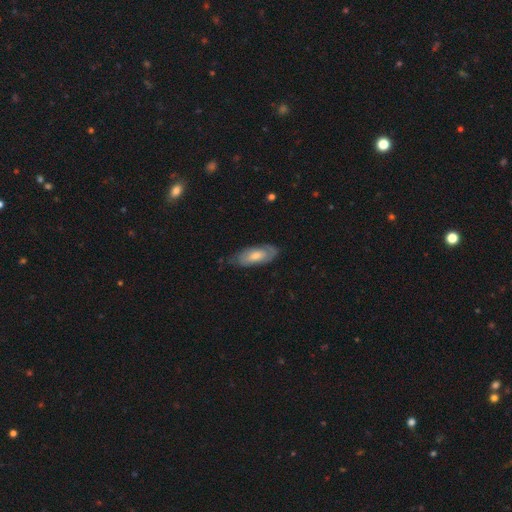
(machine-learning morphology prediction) Q: Smooth or featured?
A: smooth (55%); runner-up: featured or disk (40%)
Q: How rounded?
A: in between (81%); runner-up: cigar-shaped (17%)
Q: Merging?
A: none (65%); runner-up: minor disturbance (27%)